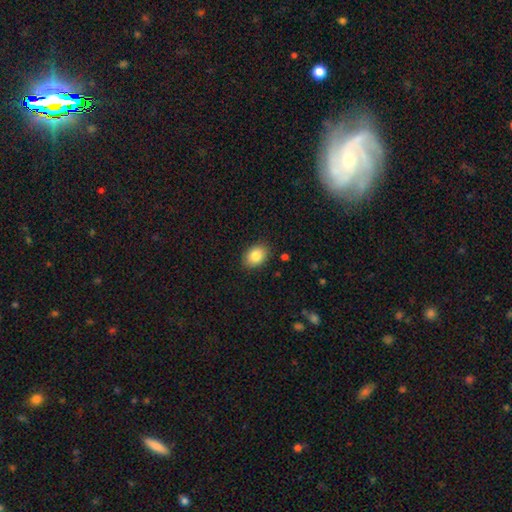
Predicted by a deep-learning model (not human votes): smooth_or_featured: smooth (p=0.85) [alt: star or artifact p=0.08]
how_rounded: in between (p=0.74) [alt: round p=0.25]
merging: none (p=0.87) [alt: minor disturbance p=0.10]